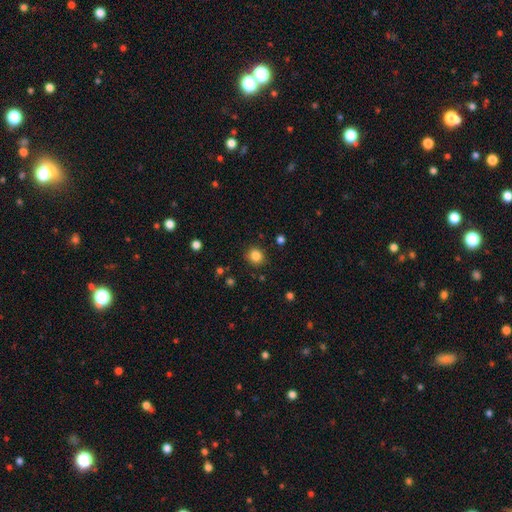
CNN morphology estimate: Smooth or featured? smooth (84%)
How rounded? round (85%)
Merging? none (89%)